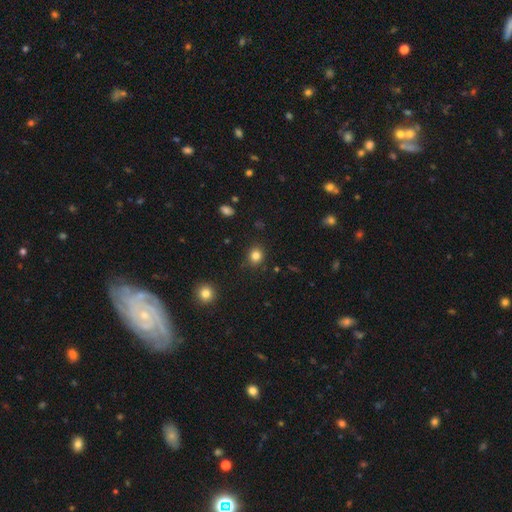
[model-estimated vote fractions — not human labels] A smooth galaxy with no disk features (82%) that is round (81%). Merging: none (86%).